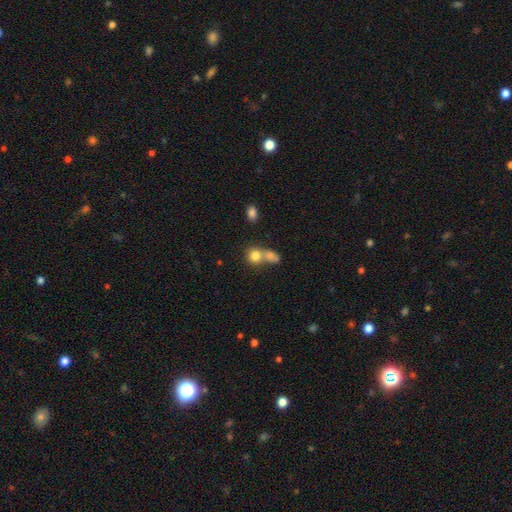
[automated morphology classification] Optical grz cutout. It shows a smooth galaxy with no disk features (80%) that is round (75%). Merging: merger (53%).